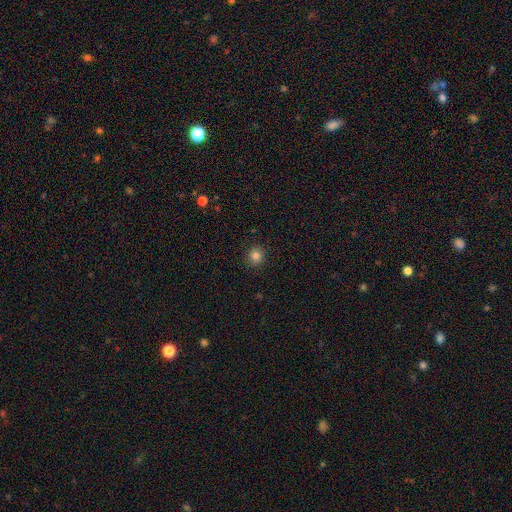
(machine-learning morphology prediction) Smooth or featured? smooth (82%)
How rounded? round (91%)
Merging? none (91%)